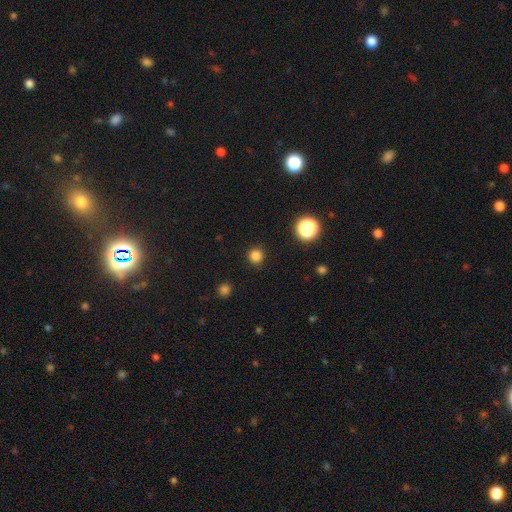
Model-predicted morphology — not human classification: Overall: smooth (82%). How rounded: round (94%). Merging: none (90%).